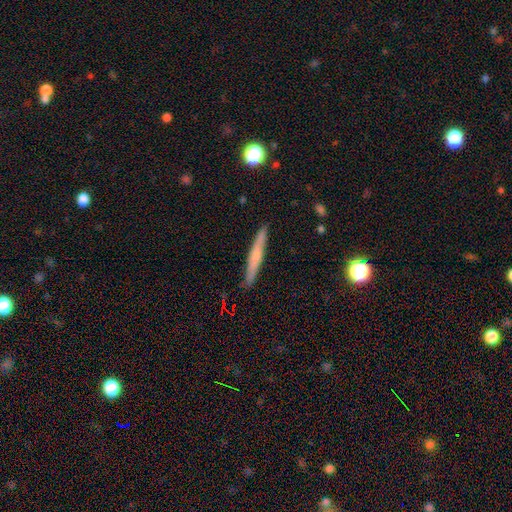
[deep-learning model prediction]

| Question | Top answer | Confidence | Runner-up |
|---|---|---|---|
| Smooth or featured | smooth | 48% | featured or disk (45%) |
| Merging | none | 90% | minor disturbance (7%) |